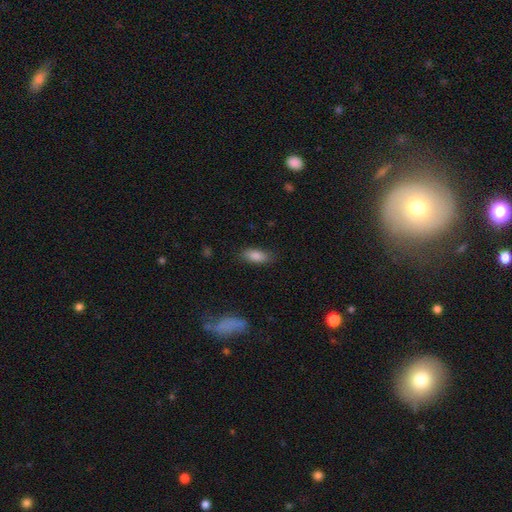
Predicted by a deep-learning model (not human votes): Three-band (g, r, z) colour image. It shows a smooth galaxy with no disk features (85%) that is in between round and cigar-shaped (83%). Merging: none (83%).